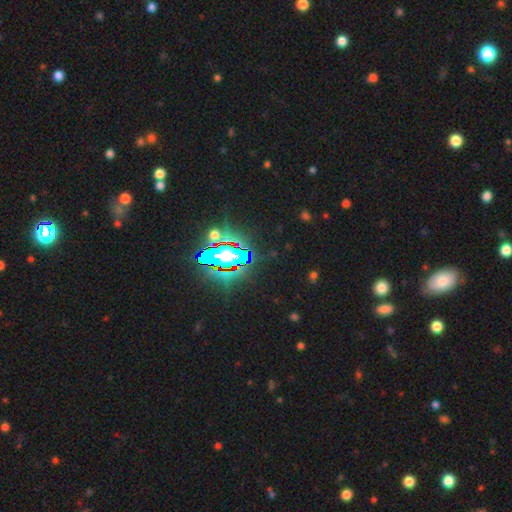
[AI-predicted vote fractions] The model was most divided on "smooth or featured": star or artifact: 76%, smooth: 13%, featured or disk: 11%.